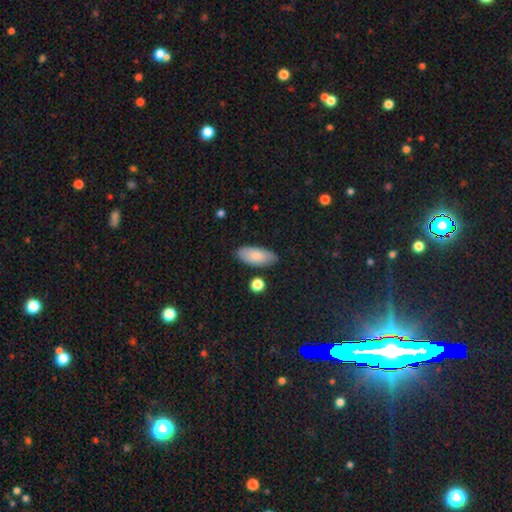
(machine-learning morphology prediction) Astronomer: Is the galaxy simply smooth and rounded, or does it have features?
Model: smooth — 81%.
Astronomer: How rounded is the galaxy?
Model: in between — 89%.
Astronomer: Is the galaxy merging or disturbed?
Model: none — 80%.